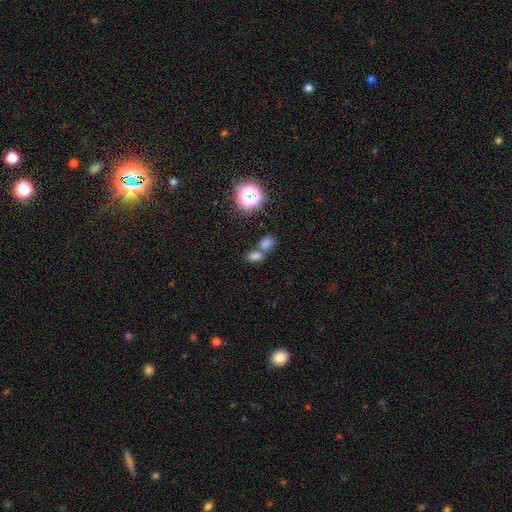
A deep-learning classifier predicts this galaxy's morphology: This appears to be a smooth galaxy with no disk features (74%) that is in between round and cigar-shaped (75%). Merging: merger (51%).